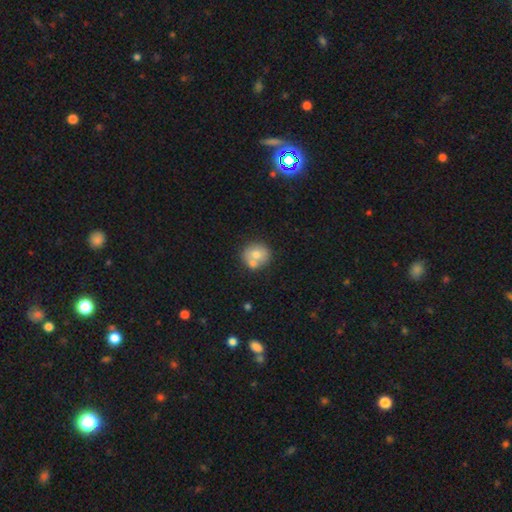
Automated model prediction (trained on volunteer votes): smooth 69%, featured or disk 22%, star or artifact 9%. Down the decision tree: how rounded — round (82%); merging — none (53%).